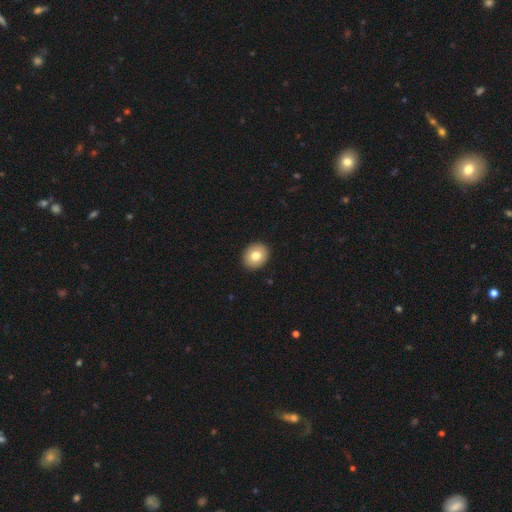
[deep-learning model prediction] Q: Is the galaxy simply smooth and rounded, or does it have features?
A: smooth — 80%.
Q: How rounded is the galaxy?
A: round — 67%.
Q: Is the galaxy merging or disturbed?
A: none — 92%.